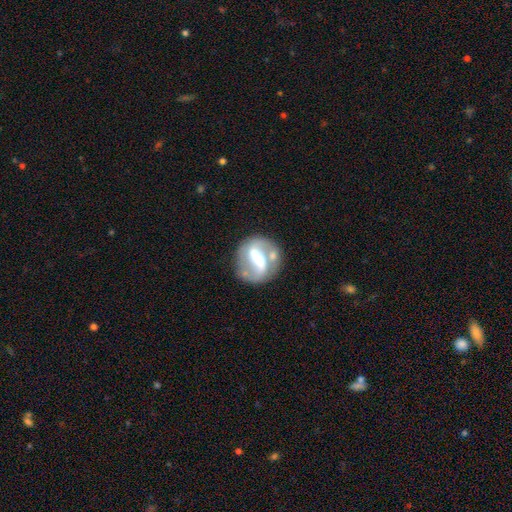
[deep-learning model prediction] Smooth or featured: featured or disk — 70% (smooth — 23%)
Edge-on disk: no — 95% (yes — 5%)
Bar: strong — 60% (weak — 27%)
Spiral arms: yes — 65% (no — 35%)
Bulge size: moderate — 46% (large — 26%)
Merging: none — 60% (minor disturbance — 17%)